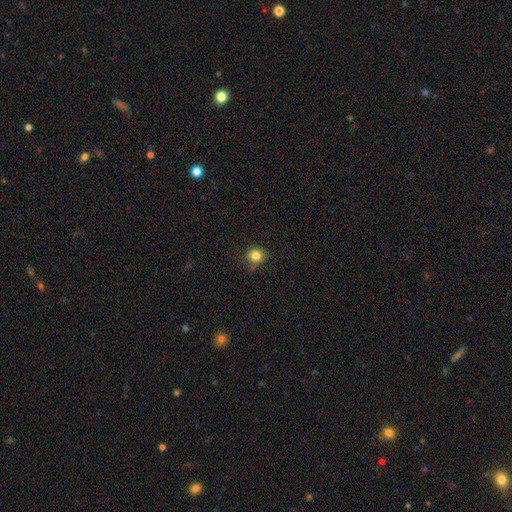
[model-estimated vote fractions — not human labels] Morphology: type=smooth (83%); roundness=round (90%); merging=none (82%).